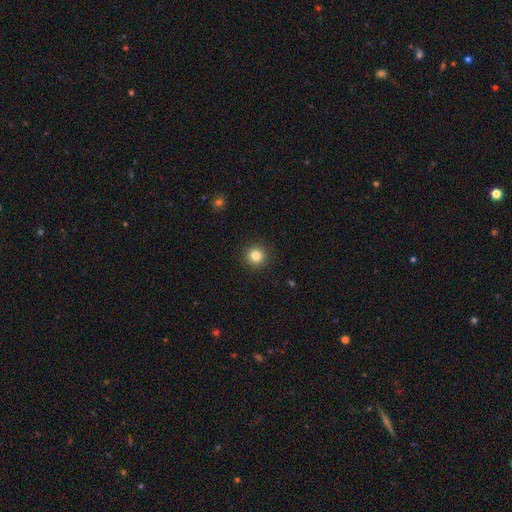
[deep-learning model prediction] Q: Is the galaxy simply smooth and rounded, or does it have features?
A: smooth — 83%.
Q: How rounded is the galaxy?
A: round — 95%.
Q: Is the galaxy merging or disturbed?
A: none — 92%.